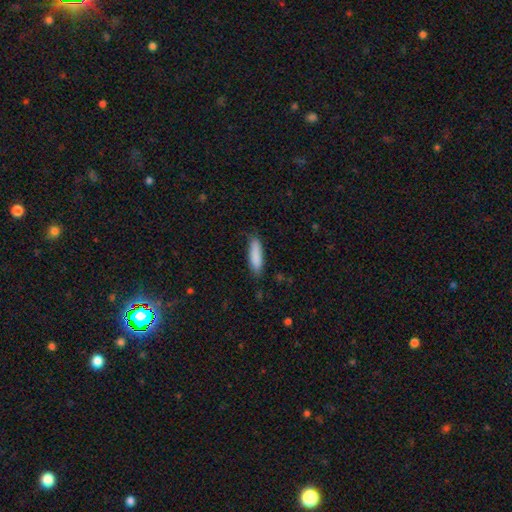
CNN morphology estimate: type=smooth (87%); roundness=cigar-shaped (61%); merging=none (79%).